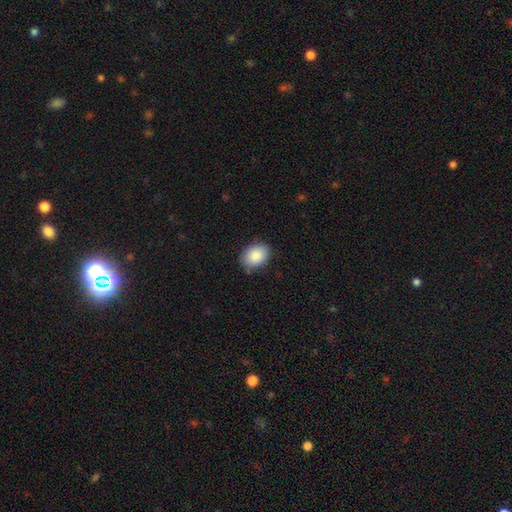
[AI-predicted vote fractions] This is clearly a smooth galaxy (88%). How rounded: likely in between (73%). Merging: clearly none (82%).